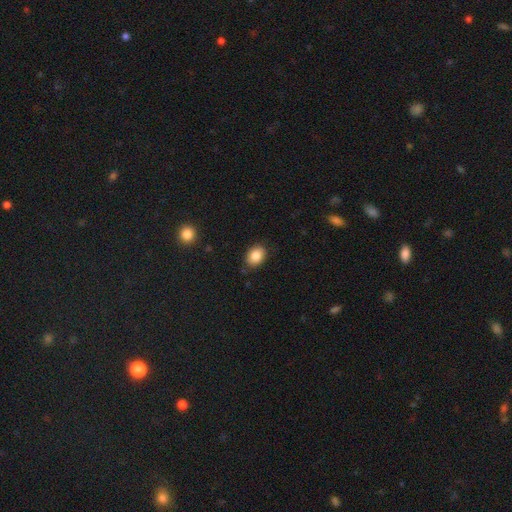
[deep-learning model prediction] Smooth or featured: smooth — 85% (star or artifact — 8%)
How rounded: in between — 69% (round — 30%)
Merging: none — 84% (minor disturbance — 12%)